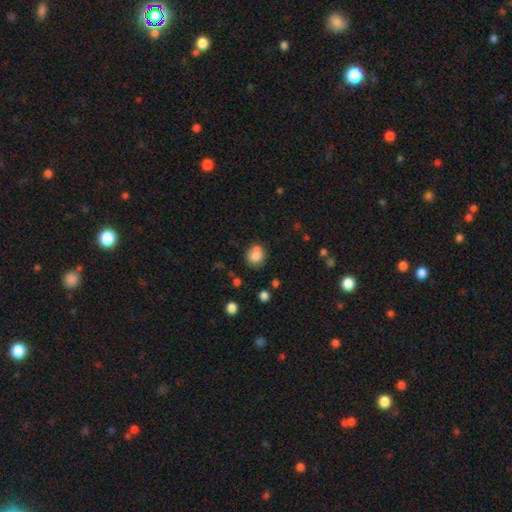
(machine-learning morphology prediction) smooth 78%, featured or disk 12%, star or artifact 10%. Down the decision tree: how rounded — round (70%); merging — none (49%).